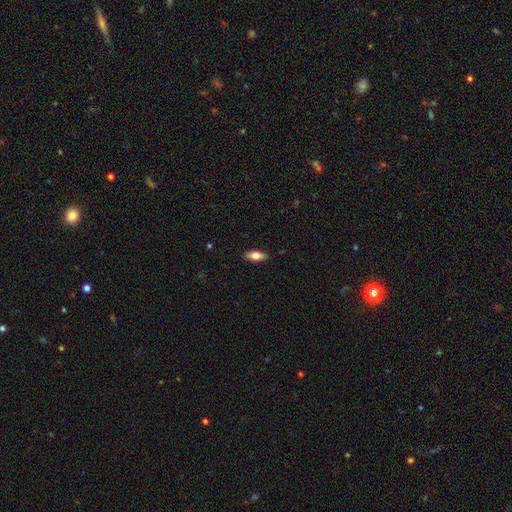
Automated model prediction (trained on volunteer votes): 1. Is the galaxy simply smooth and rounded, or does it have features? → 68% smooth, 25% featured or disk, 6% star or artifact.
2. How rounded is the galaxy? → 75% in between, 22% cigar-shaped, 3% round.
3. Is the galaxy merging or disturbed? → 88% none, 9% minor disturbance, 2% major disturbance, 1% merger.